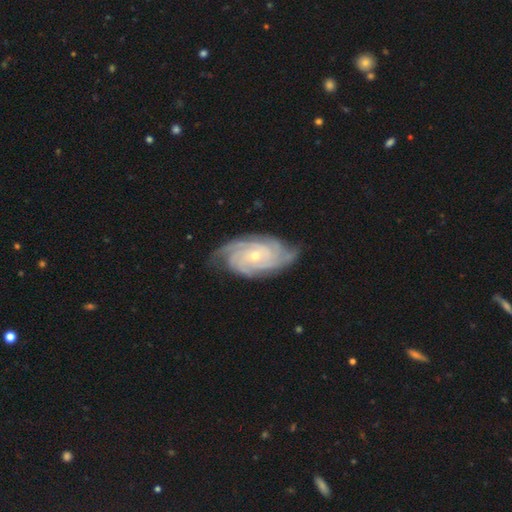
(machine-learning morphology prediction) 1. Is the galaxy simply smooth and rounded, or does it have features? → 90% featured or disk, 5% smooth, 5% star or artifact.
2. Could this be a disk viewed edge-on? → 96% no, 4% yes.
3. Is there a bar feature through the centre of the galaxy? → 73% no, 21% weak, 6% strong.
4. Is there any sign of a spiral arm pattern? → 98% yes, 2% no.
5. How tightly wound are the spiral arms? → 76% tight, 21% medium, 3% loose.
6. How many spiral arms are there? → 30% 4, 26% 3, 17% can't tell, 13% 2, 8% more than 4, 6% 1.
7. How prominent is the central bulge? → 68% small, 29% moderate, 1% large, 1% none, 1% dominant.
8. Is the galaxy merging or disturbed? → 77% none, 18% minor disturbance, 5% major disturbance, 1% merger.